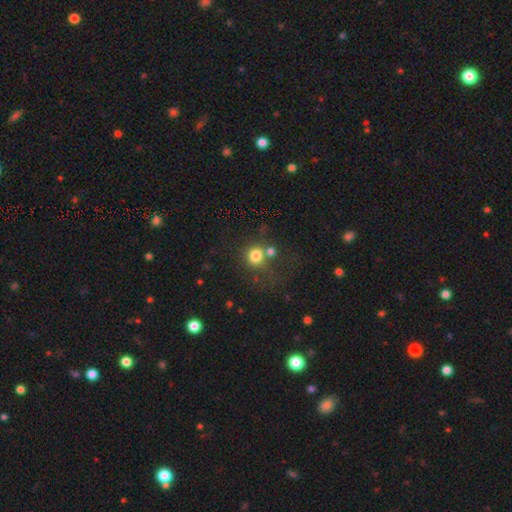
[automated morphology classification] Smooth or featured? smooth (76%)
How rounded? round (86%)
Merging? none (52%)